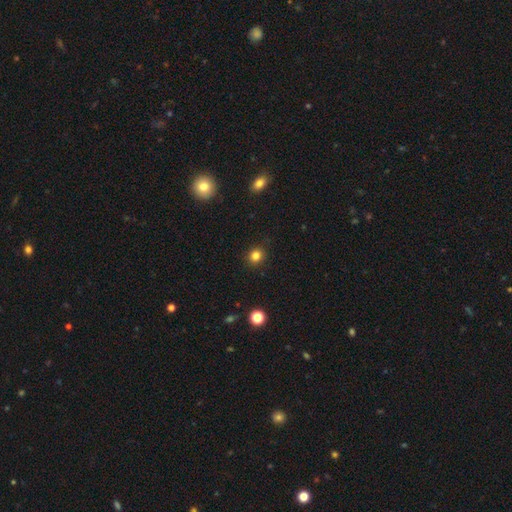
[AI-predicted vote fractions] smooth 82%, star or artifact 13%, featured or disk 4%. Down the decision tree: how rounded — round (86%); merging — none (90%).